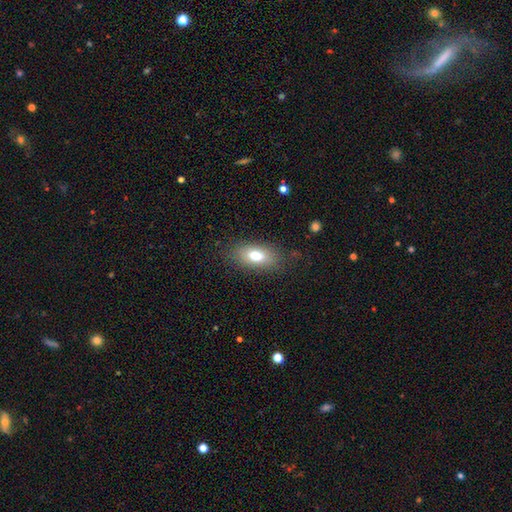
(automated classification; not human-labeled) A smooth galaxy with no disk features (76%) that is in between round and cigar-shaped (87%).

Vote fractions:
- Smooth or featured? smooth: 76% / featured or disk: 16% / star or artifact: 8%
- How rounded? in between: 87% / cigar-shaped: 8% / round: 5%
- Merging? none: 80% / minor disturbance: 14% / major disturbance: 5% / merger: 1%